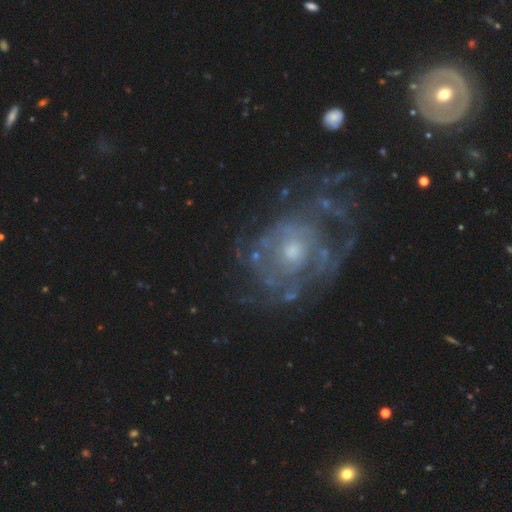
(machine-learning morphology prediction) A featured or disk galaxy (77%) with no bar (81%), tight (58%) spiral arms (73%) and a small central bulge (47%).

Vote fractions:
- Smooth or featured? featured or disk: 77% / star or artifact: 13% / smooth: 10%
- Edge-on disk? no: 97% / yes: 3%
- Bar? no: 81% / weak: 15% / strong: 4%
- Spiral arms? yes: 73% / no: 27%
- Spiral winding? tight: 58% / medium: 29% / loose: 14%
- Spiral arm count? can't tell: 58% / 2: 12% / 3: 9% / 4: 8% / more than 4: 7% / 1: 6%
- Bulge size? small: 47% / moderate: 45% / large: 4% / none: 3% / dominant: 1%
- Merging? none: 58% / major disturbance: 21% / minor disturbance: 17% / merger: 4%